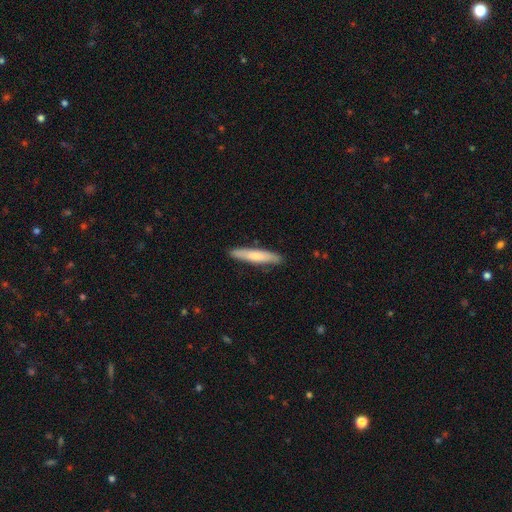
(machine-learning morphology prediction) smooth_or_featured: smooth (p=0.72) [alt: featured or disk p=0.23]
how_rounded: cigar-shaped (p=0.90) [alt: in between p=0.09]
merging: none (p=0.88) [alt: minor disturbance p=0.09]